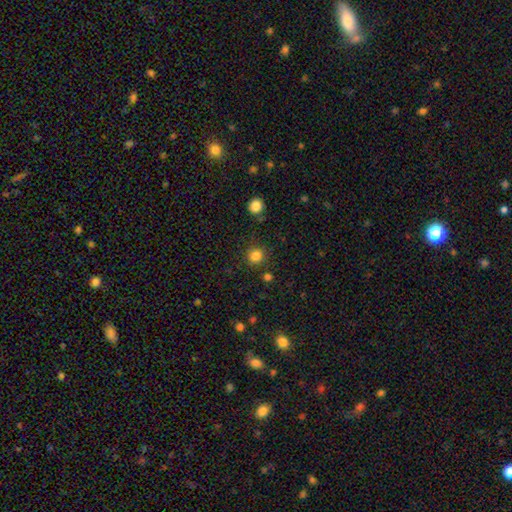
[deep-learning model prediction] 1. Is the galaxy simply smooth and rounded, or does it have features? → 83% smooth, 13% star or artifact, 4% featured or disk.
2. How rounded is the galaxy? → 90% round, 9% in between, 1% cigar-shaped.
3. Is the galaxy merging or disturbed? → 86% none, 8% minor disturbance, 3% merger, 3% major disturbance.